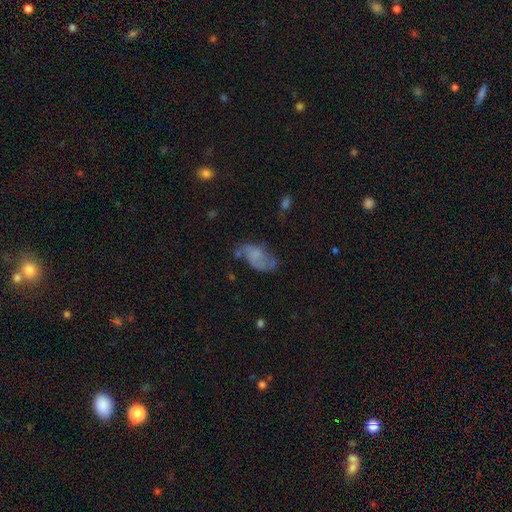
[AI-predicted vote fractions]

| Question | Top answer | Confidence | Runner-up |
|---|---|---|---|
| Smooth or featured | smooth | 47% | featured or disk (42%) |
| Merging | none | 46% | minor disturbance (29%) |